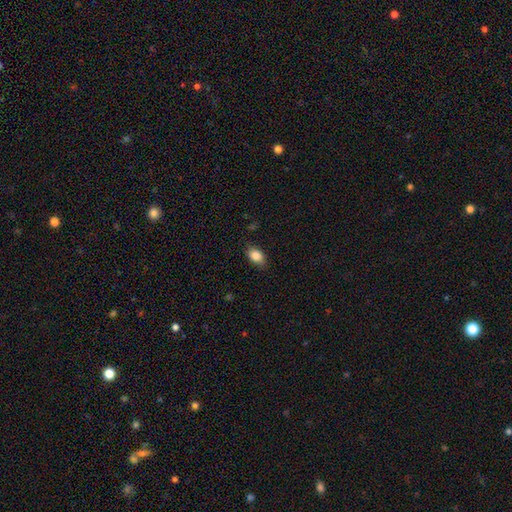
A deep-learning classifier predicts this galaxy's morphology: This is clearly a smooth galaxy (85%). How rounded: clearly in between (86%). Merging: clearly none (83%).